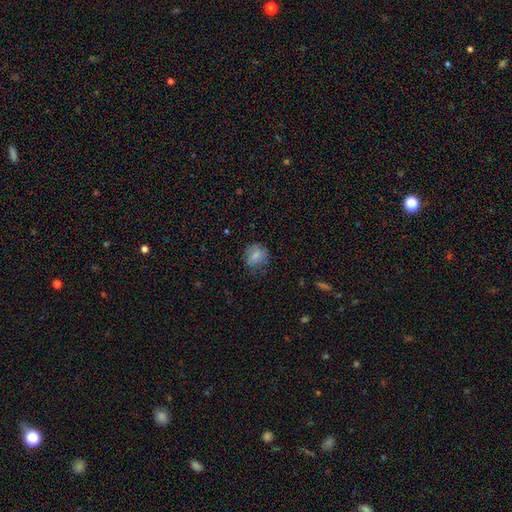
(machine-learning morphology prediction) Smooth or featured: smooth — 74% (featured or disk — 17%)
How rounded: round — 66% (in between — 32%)
Merging: none — 68% (minor disturbance — 22%)